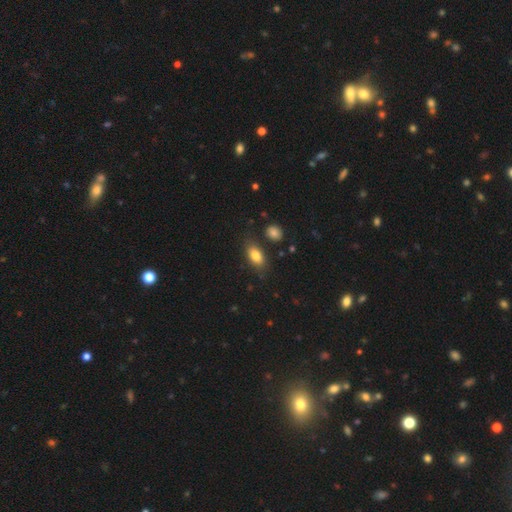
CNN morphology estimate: Smooth or featured? Predicted: smooth (p=0.82). How rounded? Predicted: in between (p=0.87). Merging? Predicted: none (p=0.77).